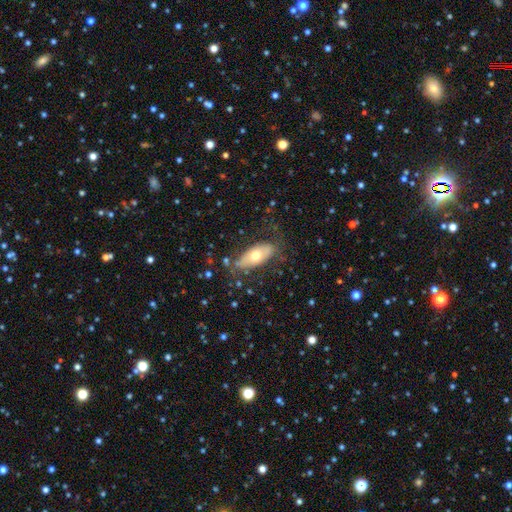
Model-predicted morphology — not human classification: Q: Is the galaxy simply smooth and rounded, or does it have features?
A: smooth — 57%.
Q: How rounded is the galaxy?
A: in between — 84%.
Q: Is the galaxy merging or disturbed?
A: none — 71%.